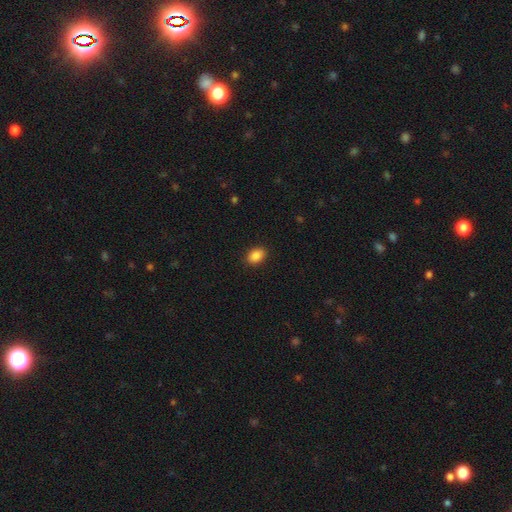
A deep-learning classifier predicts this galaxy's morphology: A smooth galaxy with no disk features (88%) that is in between round and cigar-shaped (72%). Merging: none (90%).